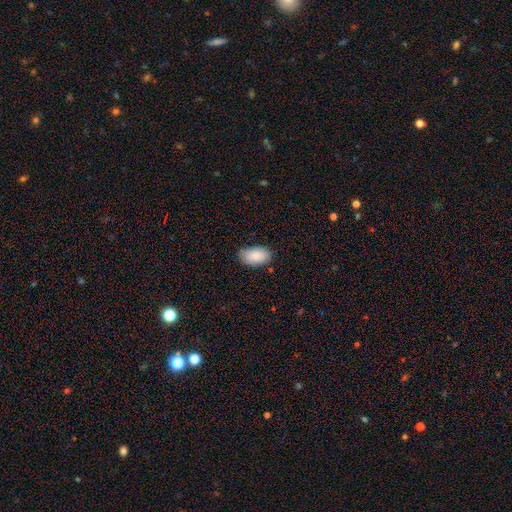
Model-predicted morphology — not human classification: Smooth or featured? smooth (88%)
How rounded? in between (95%)
Merging? none (82%)